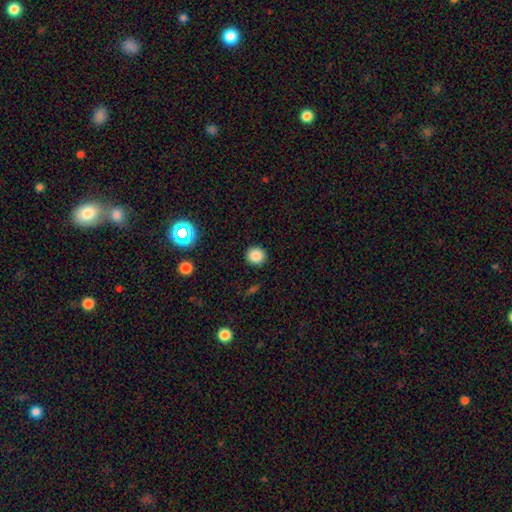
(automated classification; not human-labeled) smooth-or-featured: smooth: 84% | star or artifact: 12% | featured or disk: 4%
  how-rounded: round: 93% | in between: 6% | cigar-shaped: 1%
  merging: none: 91% | minor disturbance: 5% | major disturbance: 2% | merger: 1%